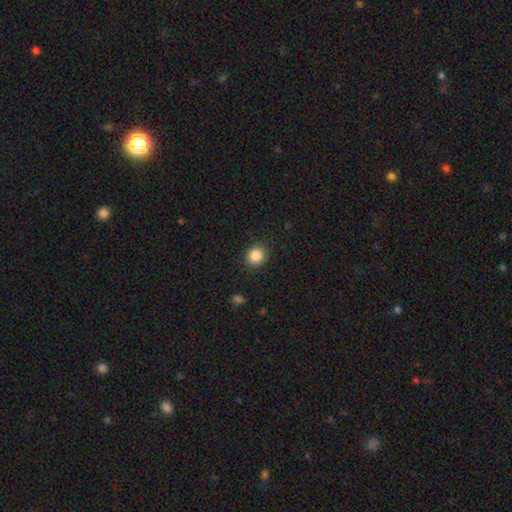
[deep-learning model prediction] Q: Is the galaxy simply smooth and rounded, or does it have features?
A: smooth — 87%.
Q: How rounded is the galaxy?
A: round — 81%.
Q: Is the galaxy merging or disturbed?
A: none — 90%.